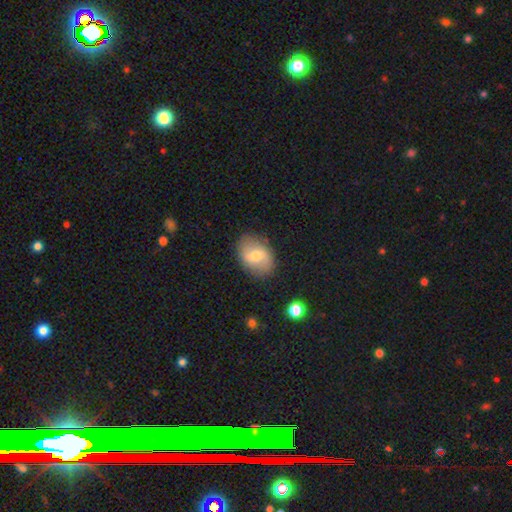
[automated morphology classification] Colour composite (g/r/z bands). It shows a smooth galaxy with no disk features (56%) that is in between round and cigar-shaped (75%). Merging: none (82%).